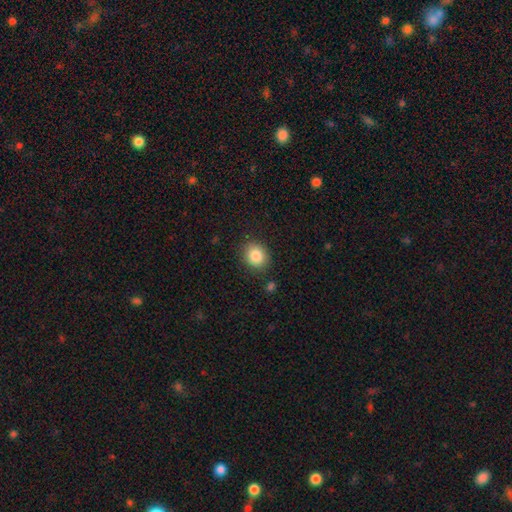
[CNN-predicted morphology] The model was most divided on "how rounded": round: 70%, in between: 29%, cigar-shaped: 1%. More confident: merging — none (85%); smooth or featured — smooth (85%).